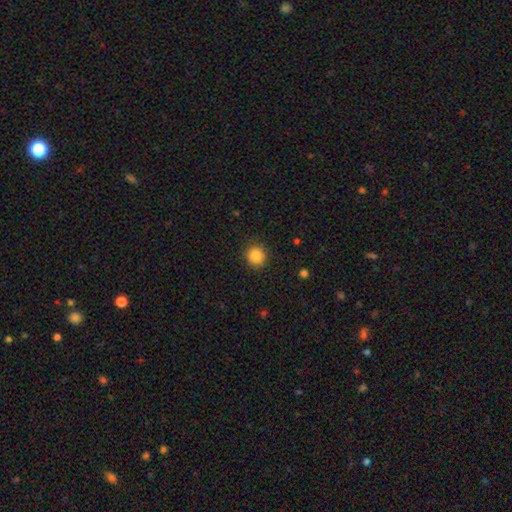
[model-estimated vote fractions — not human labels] smooth 86%, star or artifact 10%, featured or disk 4%. Down the decision tree: how rounded — round (90%); merging — none (89%).